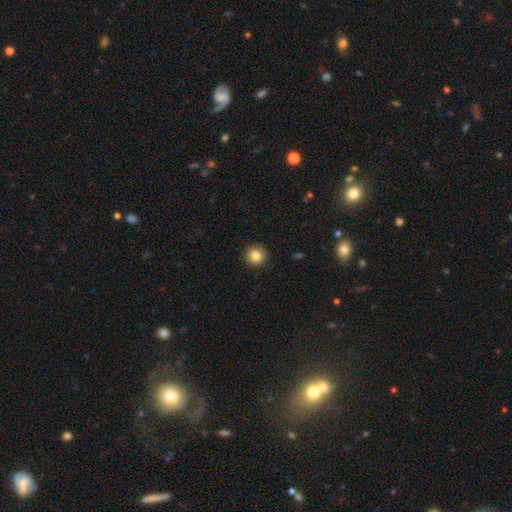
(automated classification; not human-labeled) This appears to be a smooth galaxy with no disk features (84%) that is round (95%). Merging: none (92%).